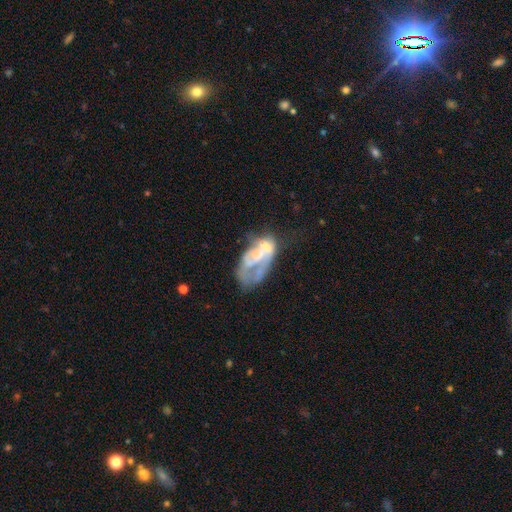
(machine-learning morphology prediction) Overall: featured or disk (65%; smooth 25%). Edge-on disk: no (95%). Bar: no (77%). Spiral arms: no (70%; yes 30%). Bulge size: small (33%; none 32%). Merging: major disturbance (31%; merger 26%).